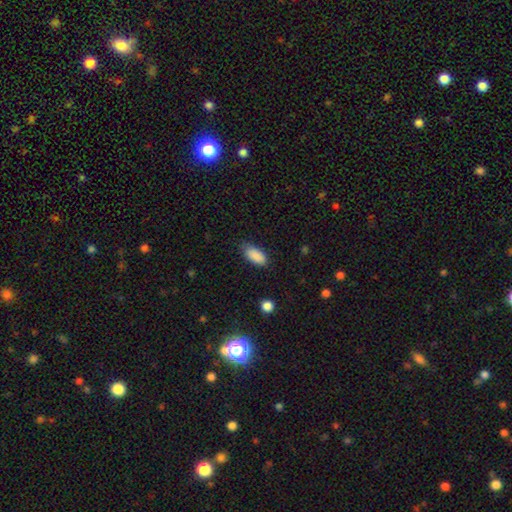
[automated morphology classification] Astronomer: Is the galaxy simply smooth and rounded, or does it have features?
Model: smooth — 89%.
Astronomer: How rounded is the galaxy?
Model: in between — 91%.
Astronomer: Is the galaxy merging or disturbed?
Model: none — 76%.